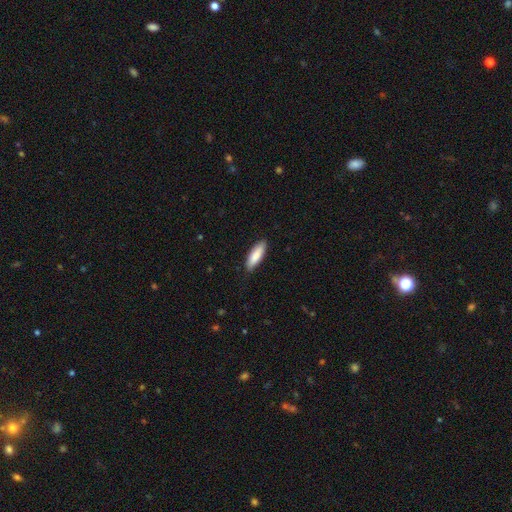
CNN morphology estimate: Smooth or featured?
  - smooth: 87% *
  - featured or disk: 8%
  - star or artifact: 5%
How rounded?
  - in between: 57% *
  - cigar-shaped: 41%
  - round: 1%
Merging?
  - none: 86% *
  - minor disturbance: 11%
  - major disturbance: 2%
  - merger: 1%